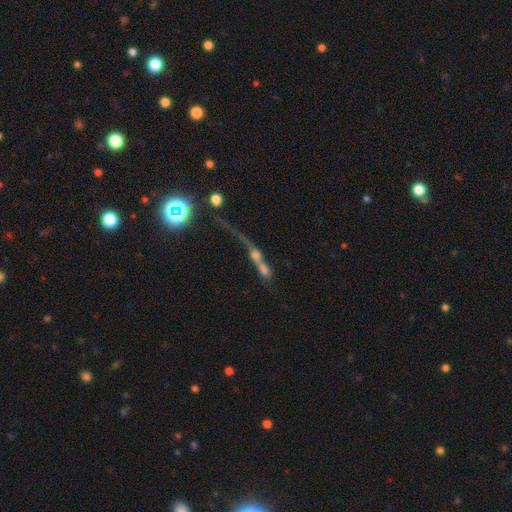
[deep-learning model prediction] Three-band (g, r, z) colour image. It shows a featured or disk galaxy (43%). Merging: merger (61%).